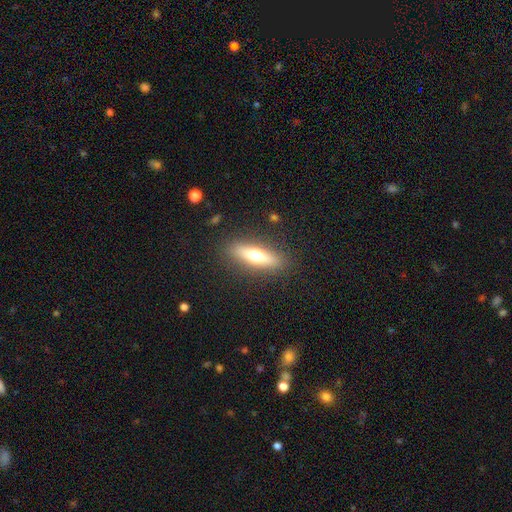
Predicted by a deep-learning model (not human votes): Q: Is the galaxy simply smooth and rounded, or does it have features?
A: smooth — 54%.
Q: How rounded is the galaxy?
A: cigar-shaped — 60%.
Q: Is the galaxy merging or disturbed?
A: none — 87%.